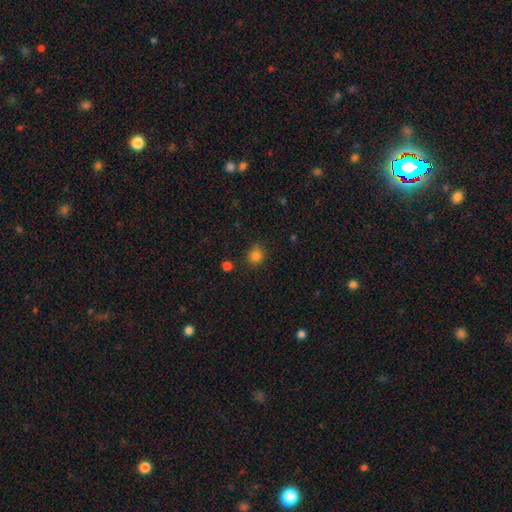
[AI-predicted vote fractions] A smooth galaxy with no disk features (83%) that is round (80%). Merging: none (82%).